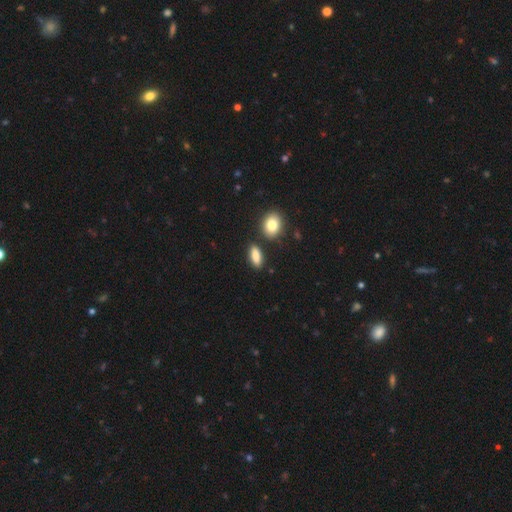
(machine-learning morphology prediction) Q: Smooth or featured?
A: smooth (86%); runner-up: star or artifact (7%)
Q: How rounded?
A: in between (74%); runner-up: cigar-shaped (20%)
Q: Merging?
A: none (80%); runner-up: minor disturbance (11%)